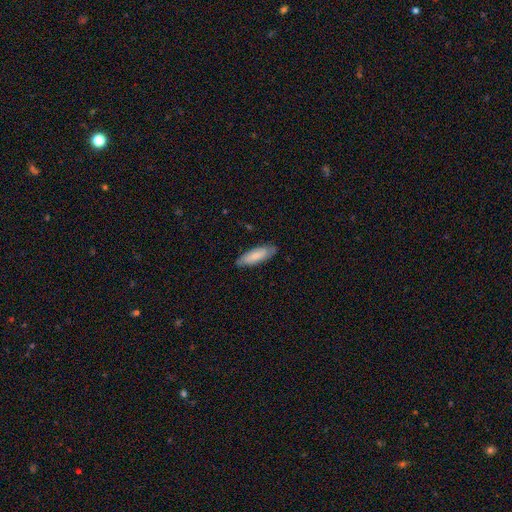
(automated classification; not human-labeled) Smooth or featured: smooth — 76% (featured or disk — 19%)
How rounded: in between — 52% (cigar-shaped — 47%)
Merging: none — 82% (minor disturbance — 15%)